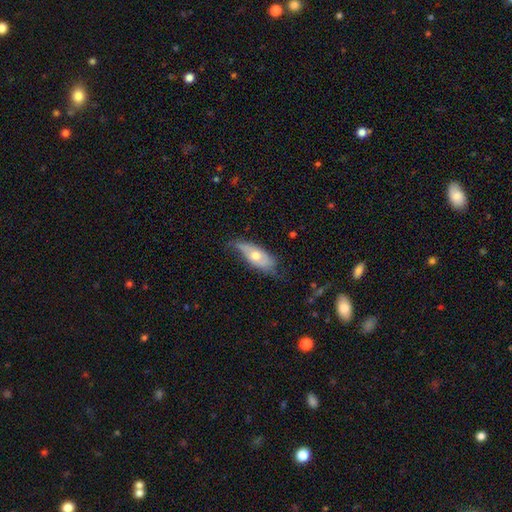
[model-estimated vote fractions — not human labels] Overall: smooth (49%; featured or disk 45%). Merging: none (47%; minor disturbance 38%).